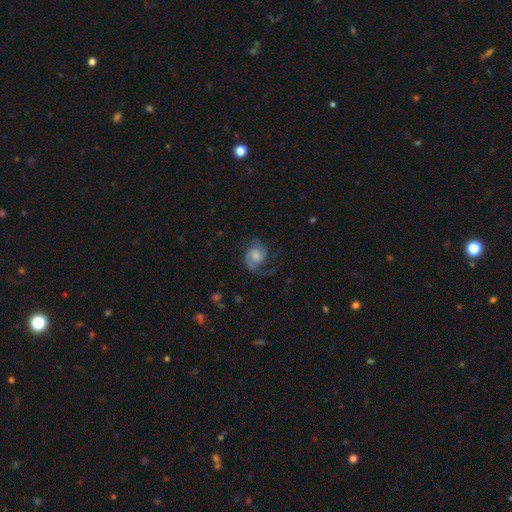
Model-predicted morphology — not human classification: Smooth or featured? Predicted: featured or disk (p=0.75). Edge-on disk? Predicted: no (p=0.98). Bar? Predicted: no (p=0.62). Spiral arms? Predicted: yes (p=0.95). Spiral winding? Predicted: medium (p=0.46). Spiral arm count? Predicted: 2 (p=0.71). Bulge size? Predicted: moderate (p=0.40). Merging? Predicted: none (p=0.58).